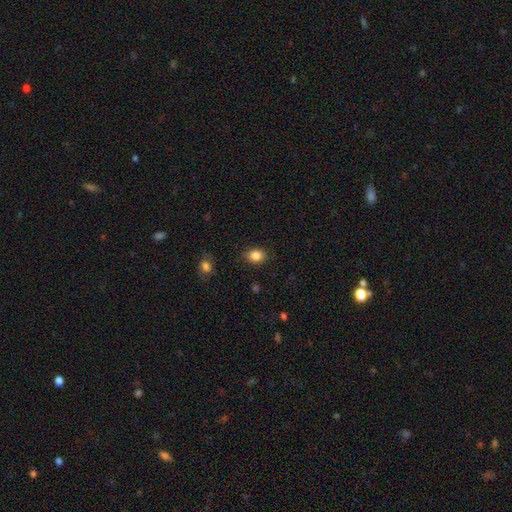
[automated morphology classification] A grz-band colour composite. It shows a smooth galaxy with no disk features (85%) that is in between round and cigar-shaped (57%). Merging: none (85%).